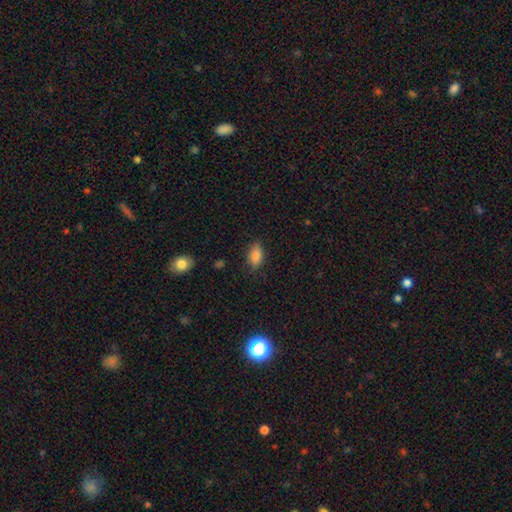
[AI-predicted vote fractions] This is clearly a smooth galaxy (83%). How rounded: clearly in between (86%). Merging: clearly none (81%).